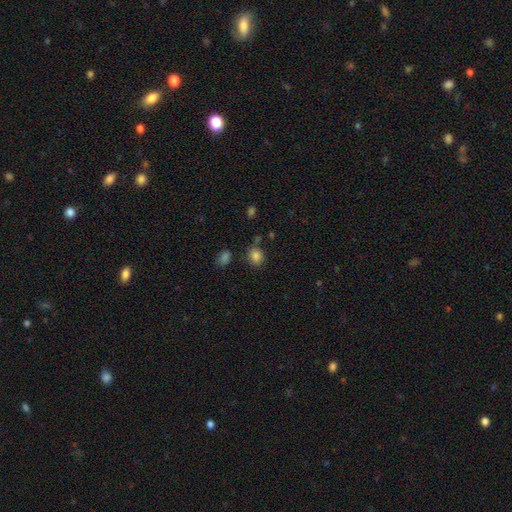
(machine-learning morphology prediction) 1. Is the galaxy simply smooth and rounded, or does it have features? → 82% smooth, 12% star or artifact, 6% featured or disk.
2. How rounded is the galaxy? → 72% round, 27% in between, 1% cigar-shaped.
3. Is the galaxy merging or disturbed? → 76% none, 14% minor disturbance, 6% merger, 4% major disturbance.